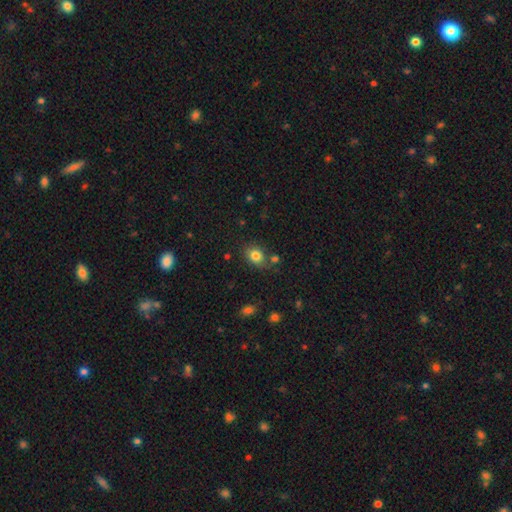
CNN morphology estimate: type=smooth (81%); roundness=in between (57%); merging=none (70%).